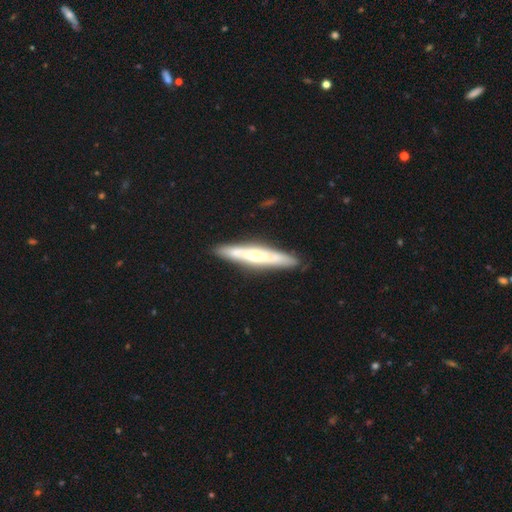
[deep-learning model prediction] featured or disk 58%, smooth 37%, star or artifact 5%. Down the decision tree: edge-on disk — yes (84%); merging — none (86%).